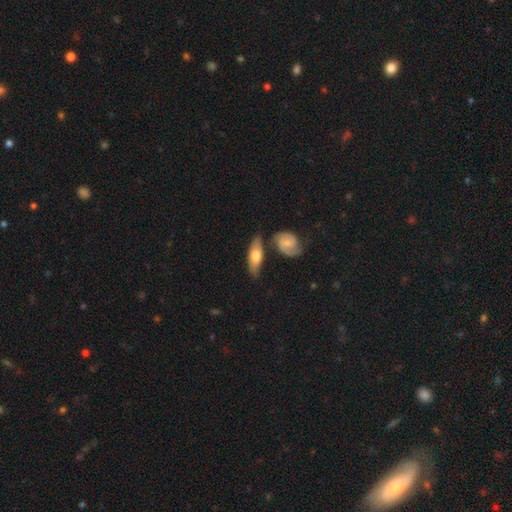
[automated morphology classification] Smooth or featured: smooth — 48% (featured or disk — 47%)
Merging: none — 63% (merger — 17%)